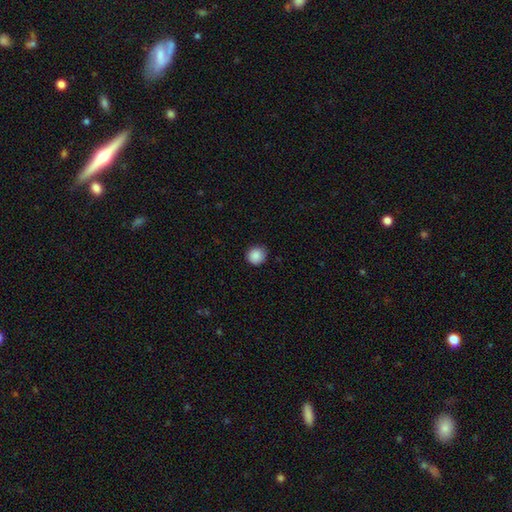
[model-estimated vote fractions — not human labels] This is clearly a smooth galaxy (88%). How rounded: clearly round (90%). Merging: clearly none (86%).